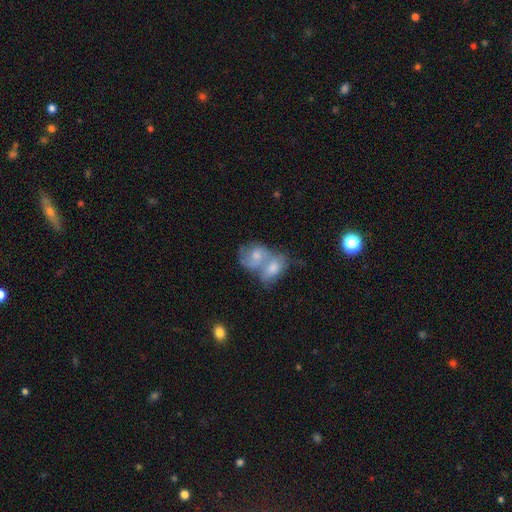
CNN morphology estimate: Smooth or featured?
  - featured or disk: 50% *
  - smooth: 42%
  - star or artifact: 8%
Merging?
  - merger: 74% *
  - none: 14%
  - minor disturbance: 6%
  - major disturbance: 5%